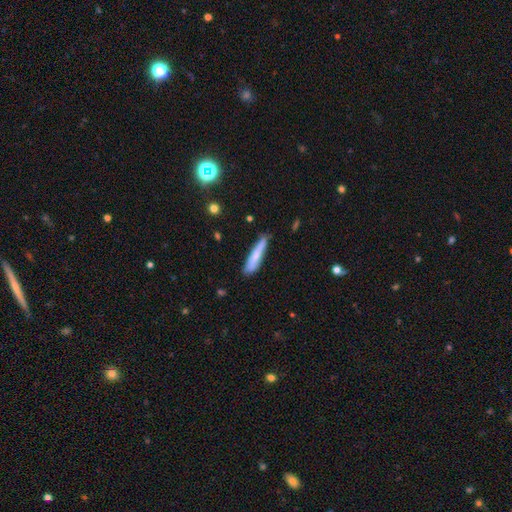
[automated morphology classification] Overall: smooth (74%). How rounded: cigar-shaped (89%). Merging: none (73%).